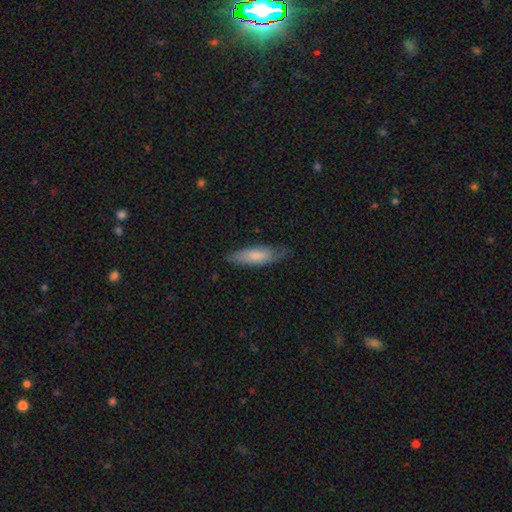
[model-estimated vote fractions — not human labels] Smooth or featured?
  - smooth: 71% *
  - featured or disk: 24%
  - star or artifact: 5%
How rounded?
  - in between: 51% *
  - cigar-shaped: 47%
  - round: 2%
Merging?
  - none: 70% *
  - minor disturbance: 23%
  - major disturbance: 5%
  - merger: 1%